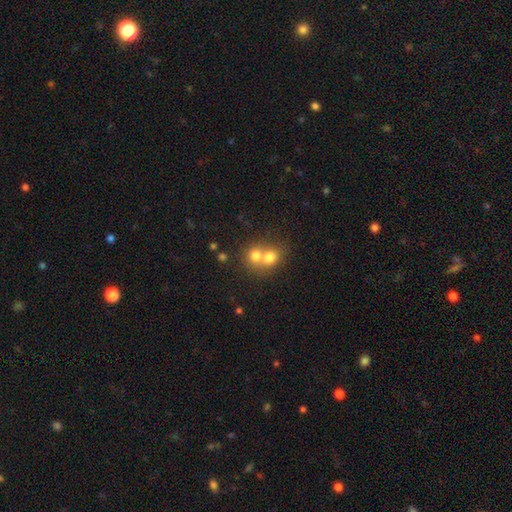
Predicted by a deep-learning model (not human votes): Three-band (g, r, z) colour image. It shows a smooth galaxy with no disk features (72%) that is round (77%). Merging: merger (67%).